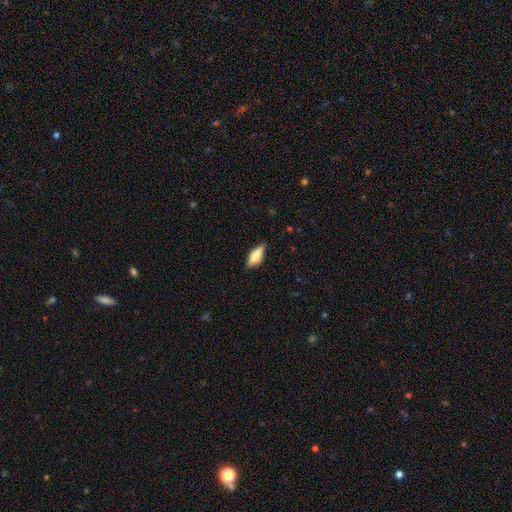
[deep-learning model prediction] Smooth or featured: smooth — 69% (featured or disk — 24%)
How rounded: in between — 65% (cigar-shaped — 33%)
Merging: none — 81% (minor disturbance — 15%)